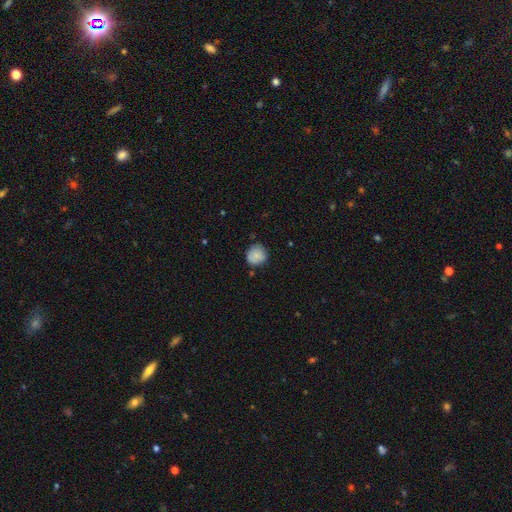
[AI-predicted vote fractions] This appears to be a smooth galaxy with no disk features (83%) that is round (89%). Merging: none (76%).